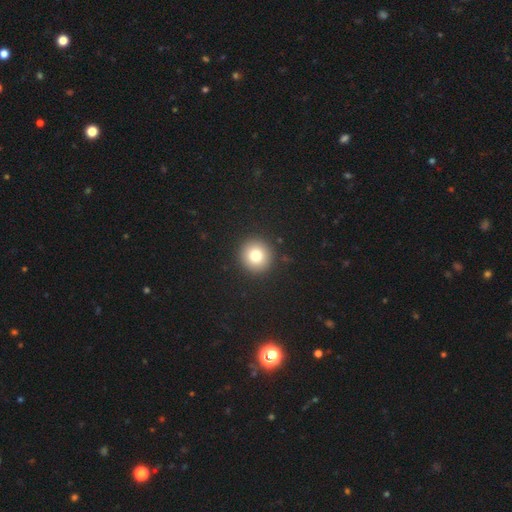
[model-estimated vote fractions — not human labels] Overall: smooth (80%). How rounded: round (95%). Merging: none (92%).